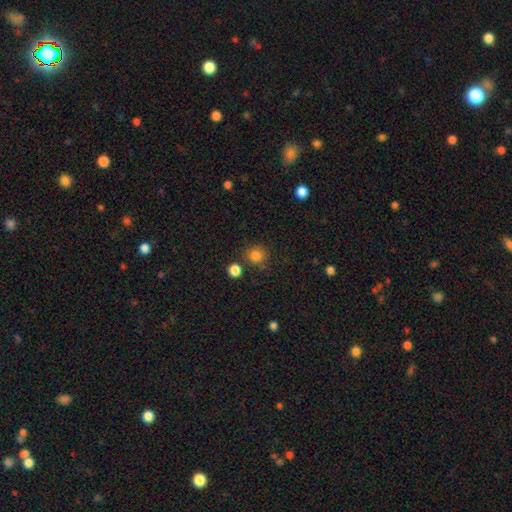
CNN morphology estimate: Smooth or featured? Predicted: smooth (p=0.83). How rounded? Predicted: round (p=0.91). Merging? Predicted: none (p=0.80).